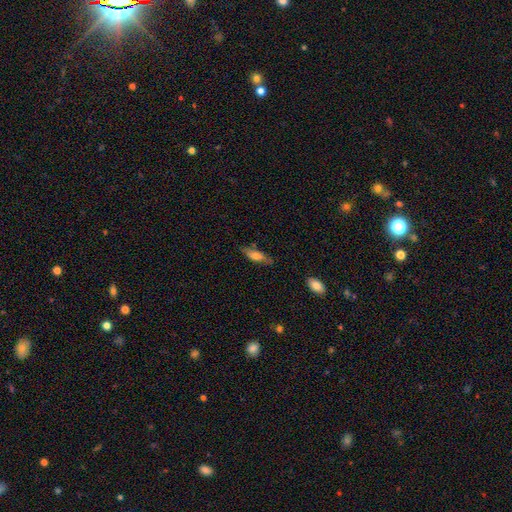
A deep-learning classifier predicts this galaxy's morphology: smooth 62%, featured or disk 30%, star or artifact 7%. Down the decision tree: how rounded — cigar-shaped (49%, tied with in between); merging — none (71%).